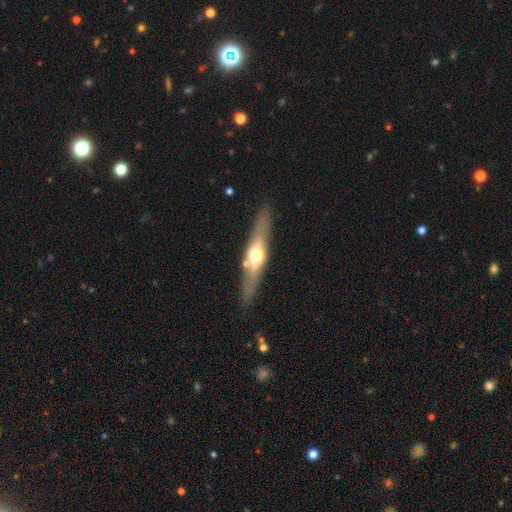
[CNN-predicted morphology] smooth-or-featured: featured or disk: 59% | smooth: 35% | star or artifact: 6%
  disk-edge-on: yes: 87% | no: 13%
    edge-on-bulge: rounded: 91% | none: 5% | boxy: 4%
  merging: none: 83% | minor disturbance: 11% | merger: 4% | major disturbance: 3%